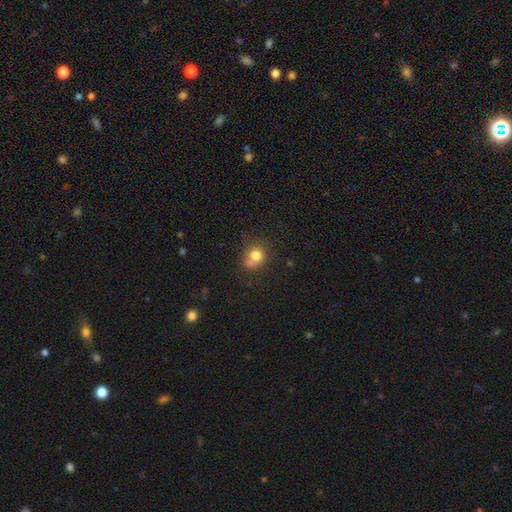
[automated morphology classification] A smooth galaxy with no disk features (77%) that is round (79%).

Vote fractions:
- Smooth or featured? smooth: 77% / star or artifact: 12% / featured or disk: 11%
- How rounded? round: 79% / in between: 20% / cigar-shaped: 1%
- Merging? none: 49% / merger: 28% / minor disturbance: 17% / major disturbance: 7%